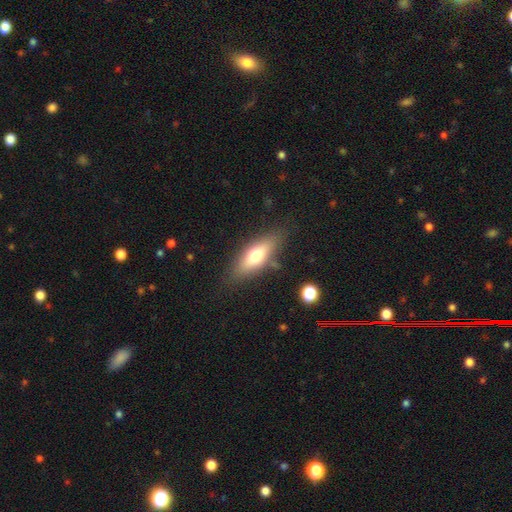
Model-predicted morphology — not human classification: smooth-or-featured: smooth: 63% | featured or disk: 30% | star or artifact: 7%
  how-rounded: in between: 61% | cigar-shaped: 36% | round: 3%
  merging: none: 80% | minor disturbance: 13% | major disturbance: 4% | merger: 2%